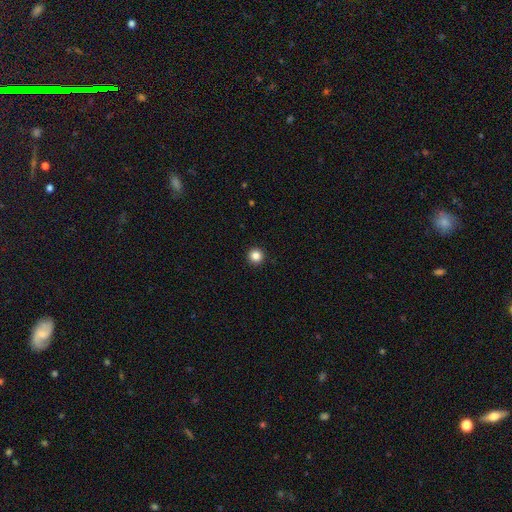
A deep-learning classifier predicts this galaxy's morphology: The model was most divided on "smooth or featured": smooth: 85%, star or artifact: 11%, featured or disk: 4%. More confident: how rounded — round (96%); merging — none (94%).